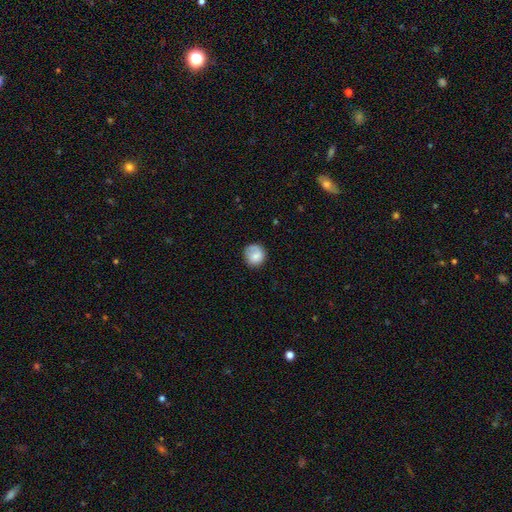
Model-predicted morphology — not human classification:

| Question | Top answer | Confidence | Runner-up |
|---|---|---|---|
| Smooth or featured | smooth | 76% | featured or disk (17%) |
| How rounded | round | 85% | in between (14%) |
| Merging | none | 71% | minor disturbance (21%) |